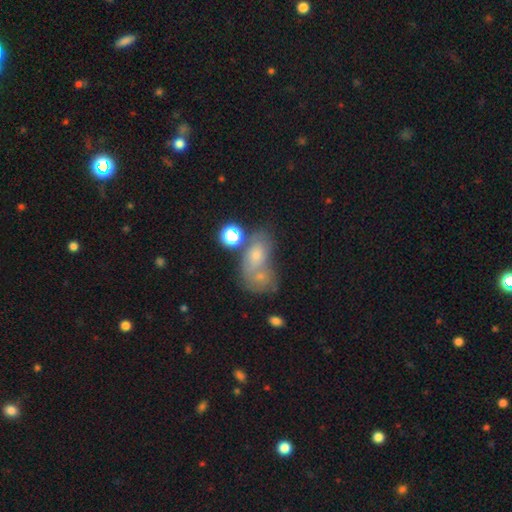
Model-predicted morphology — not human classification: Smooth or featured? smooth (51%)
How rounded? in between (71%)
Merging? merger (40%)